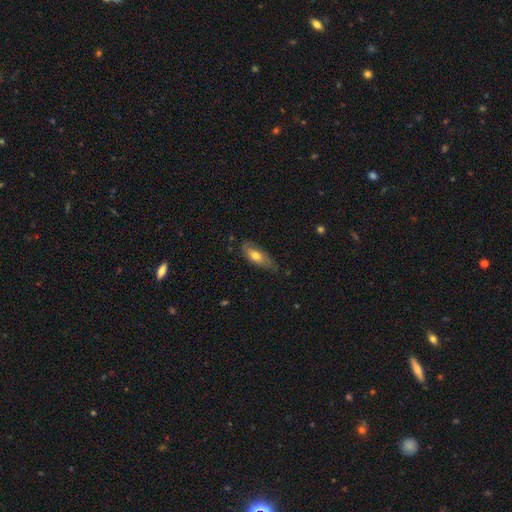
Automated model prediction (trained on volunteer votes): Overall: smooth (61%; featured or disk 33%). How rounded: in between (76%). Merging: none (64%; minor disturbance 28%).